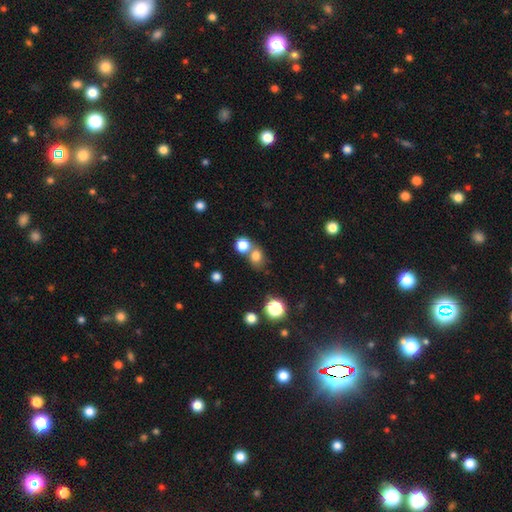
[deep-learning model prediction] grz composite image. It shows a smooth galaxy with no disk features (77%) that is round (68%). Merging: none (53%).